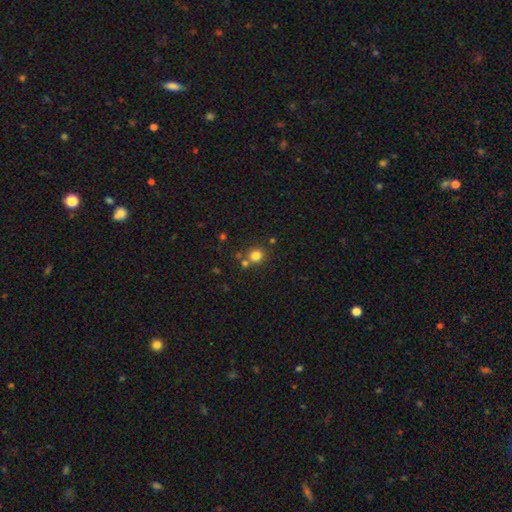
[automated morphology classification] A smooth galaxy with no disk features (80%) that is round (88%).

Vote fractions:
- Smooth or featured? smooth: 80% / star or artifact: 14% / featured or disk: 6%
- How rounded? round: 88% / in between: 11% / cigar-shaped: 1%
- Merging? none: 69% / merger: 19% / minor disturbance: 9% / major disturbance: 3%